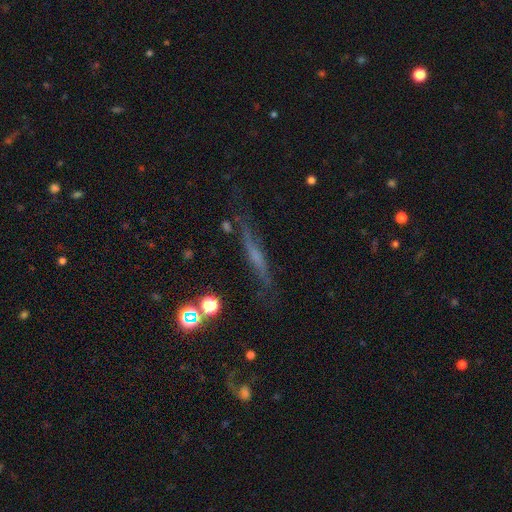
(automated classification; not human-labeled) A featured or disk galaxy (51%) viewed edge-on (79%).

Vote fractions:
- Smooth or featured? featured or disk: 51% / smooth: 32% / star or artifact: 17%
- Edge-on disk? yes: 79% / no: 21%
- Merging? none: 66% / minor disturbance: 20% / major disturbance: 9% / merger: 4%